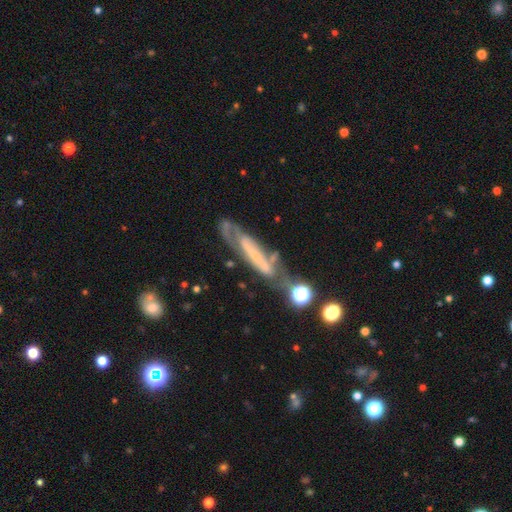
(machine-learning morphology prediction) smooth-or-featured: featured or disk: 69% | smooth: 22% | star or artifact: 9%
  disk-edge-on: no: 58% | yes: 42%
  merging: none: 50% | minor disturbance: 23% | major disturbance: 17% | merger: 10%